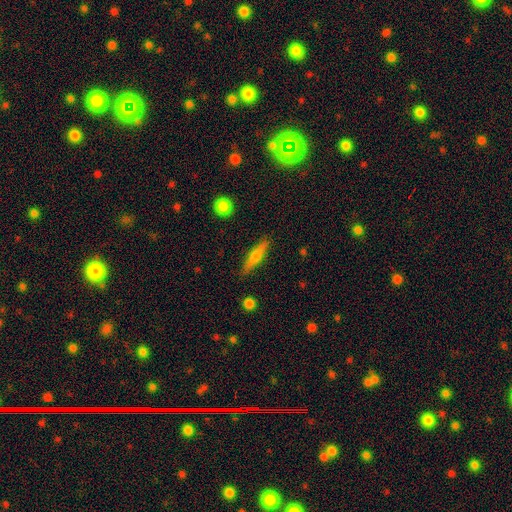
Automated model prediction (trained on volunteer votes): smooth_or_featured: smooth (p=0.55) [alt: featured or disk p=0.39]
how_rounded: cigar-shaped (p=0.78) [alt: in between p=0.20]
merging: none (p=0.87) [alt: minor disturbance p=0.10]